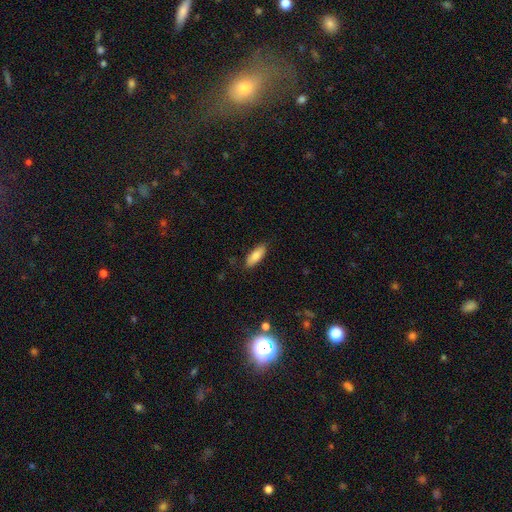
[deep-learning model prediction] Overall: smooth (83%). How rounded: in between (68%; cigar-shaped 30%). Merging: none (86%).